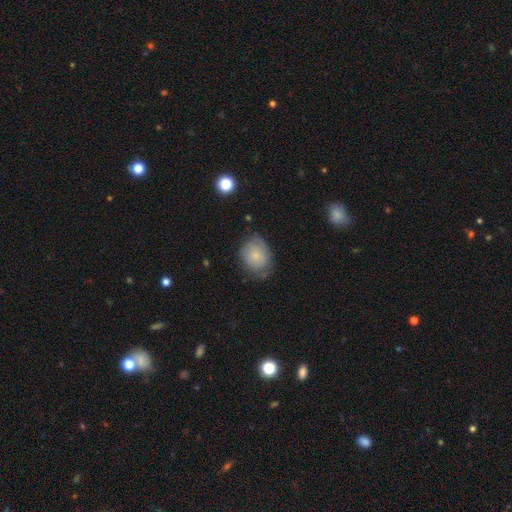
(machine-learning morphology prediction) smooth_or_featured: smooth (p=0.71) [alt: featured or disk p=0.21]
how_rounded: round (p=0.52) [alt: in between p=0.47]
merging: none (p=0.59) [alt: minor disturbance p=0.30]